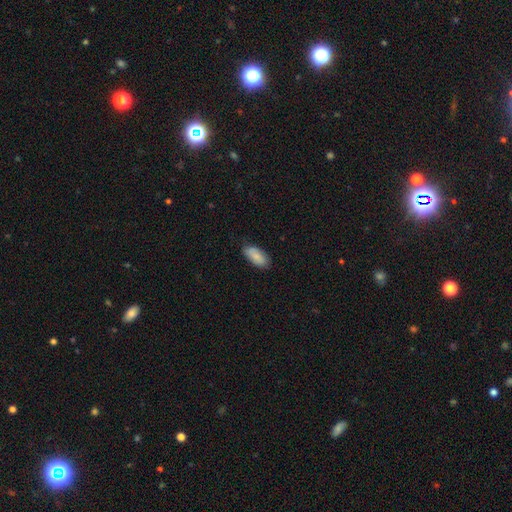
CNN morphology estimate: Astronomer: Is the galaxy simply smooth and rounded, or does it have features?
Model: smooth — 81%.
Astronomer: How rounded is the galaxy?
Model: in between — 91%.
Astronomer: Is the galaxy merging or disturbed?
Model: none — 75%.